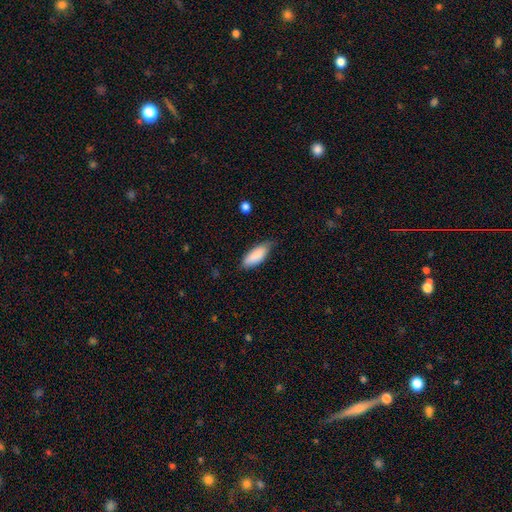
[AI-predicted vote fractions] Smooth or featured? smooth (88%)
How rounded? in between (79%)
Merging? none (65%)